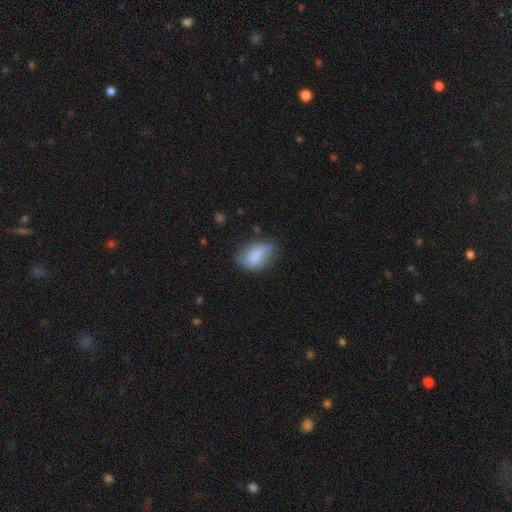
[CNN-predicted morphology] Smooth or featured: smooth — 81% (featured or disk — 12%)
How rounded: in between — 87% (round — 11%)
Merging: none — 54% (minor disturbance — 32%)